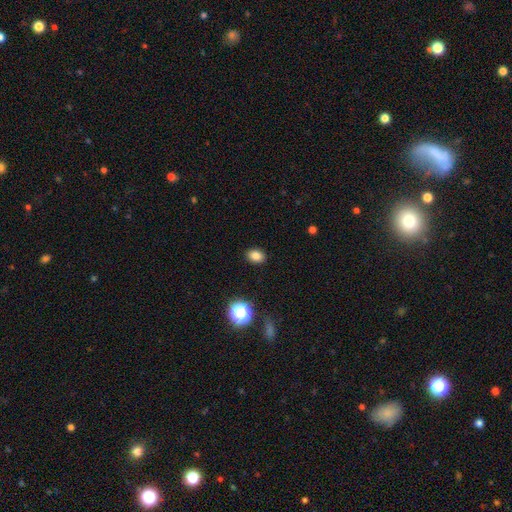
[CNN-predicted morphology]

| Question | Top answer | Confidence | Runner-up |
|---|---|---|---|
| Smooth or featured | smooth | 82% | star or artifact (12%) |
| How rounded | in between | 70% | round (29%) |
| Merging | none | 89% | minor disturbance (7%) |